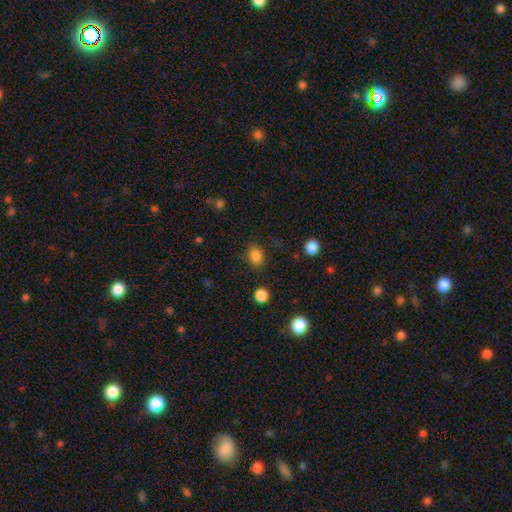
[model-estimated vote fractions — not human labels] Morphology: type=smooth (83%); roundness=round (52%); merging=none (76%).